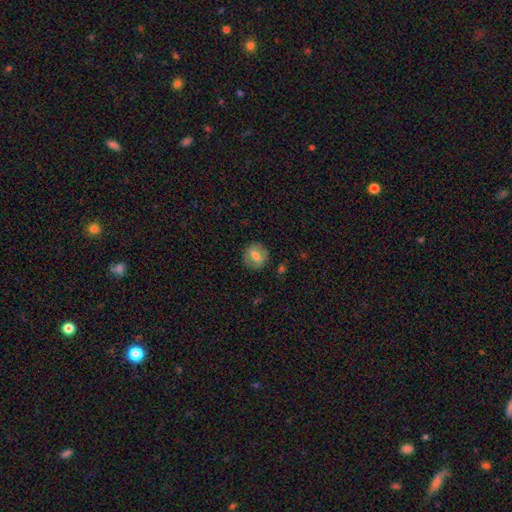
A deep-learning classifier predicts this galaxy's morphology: Smooth or featured? smooth (61%)
How rounded? round (86%)
Merging? none (84%)